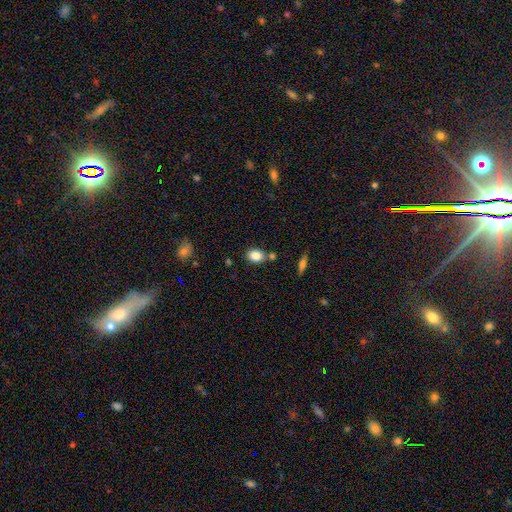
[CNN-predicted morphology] Q: Smooth or featured?
A: smooth (84%); runner-up: star or artifact (9%)
Q: How rounded?
A: in between (67%); runner-up: round (31%)
Q: Merging?
A: none (72%); runner-up: minor disturbance (13%)